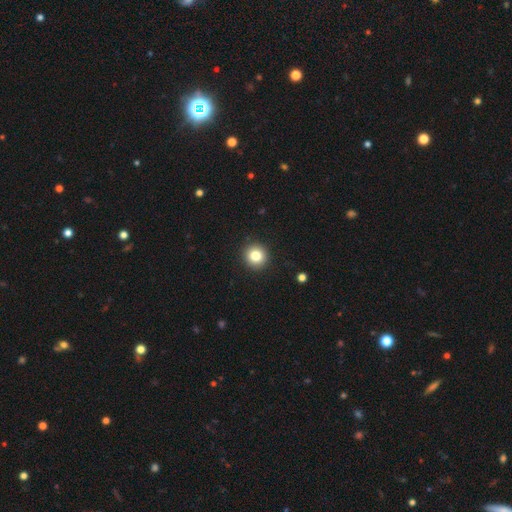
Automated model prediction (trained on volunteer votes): smooth 82%, star or artifact 11%, featured or disk 7%. Down the decision tree: how rounded — round (94%); merging — none (93%).